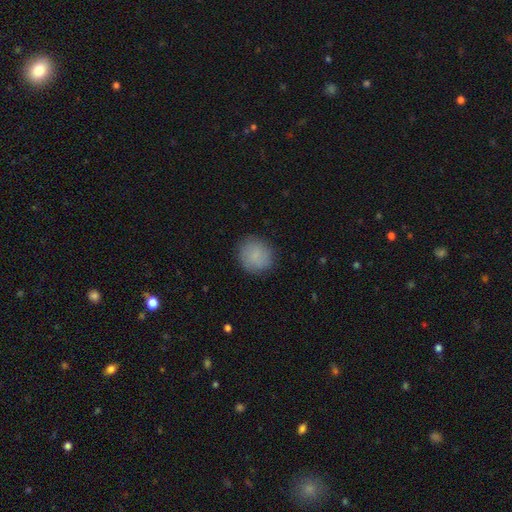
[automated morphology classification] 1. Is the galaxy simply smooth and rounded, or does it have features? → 83% smooth, 9% featured or disk, 8% star or artifact.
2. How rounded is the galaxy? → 86% round, 13% in between, 1% cigar-shaped.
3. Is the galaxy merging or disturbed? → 85% none, 11% minor disturbance, 3% major disturbance, 1% merger.